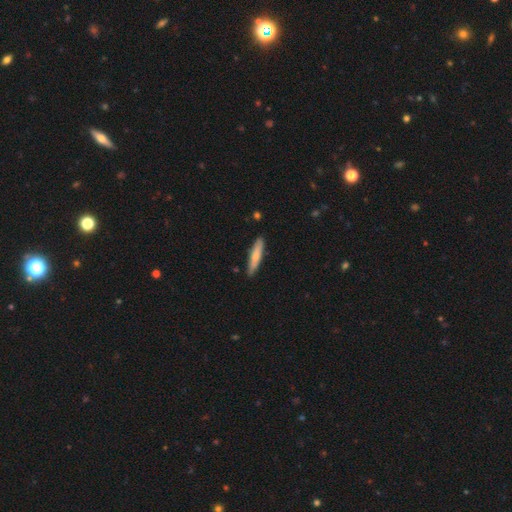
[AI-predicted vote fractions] Smooth or featured?
  - smooth: 69% *
  - featured or disk: 26%
  - star or artifact: 5%
How rounded?
  - cigar-shaped: 88% *
  - in between: 10%
  - round: 1%
Merging?
  - none: 87% *
  - minor disturbance: 10%
  - major disturbance: 2%
  - merger: 1%